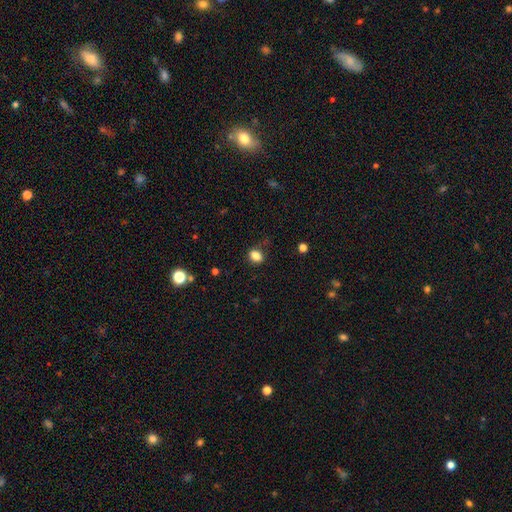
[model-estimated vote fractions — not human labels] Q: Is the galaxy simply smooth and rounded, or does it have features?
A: smooth — 84%.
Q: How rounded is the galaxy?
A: in between — 62%.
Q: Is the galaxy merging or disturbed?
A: none — 77%.